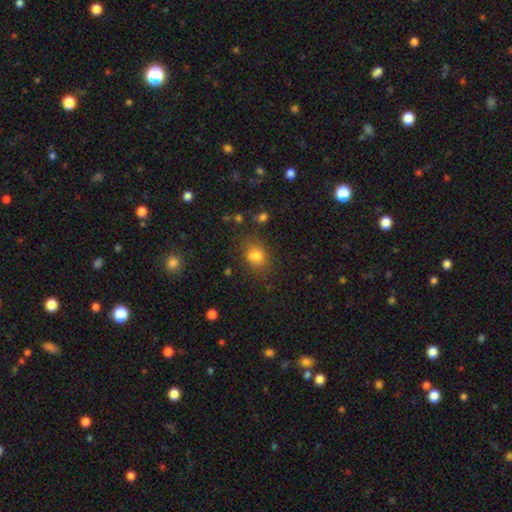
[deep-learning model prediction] The model was most divided on "how rounded": in between: 50%, round: 48%, cigar-shaped: 1%. More confident: smooth or featured — smooth (78%); merging — none (64%).